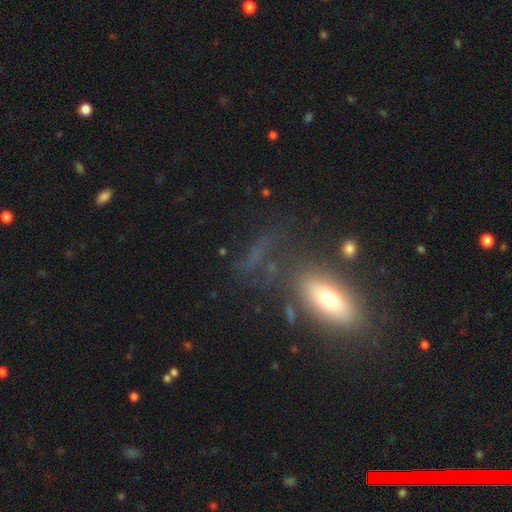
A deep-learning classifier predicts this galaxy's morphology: smooth-or-featured: smooth: 48% | featured or disk: 32% | star or artifact: 20%
  merging: none: 53% | major disturbance: 21% | minor disturbance: 17% | merger: 9%